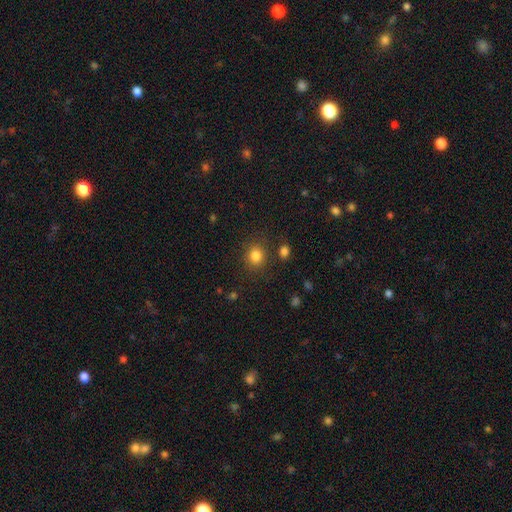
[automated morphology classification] Smooth or featured: smooth — 83% (star or artifact — 12%)
How rounded: round — 78% (in between — 21%)
Merging: none — 83% (minor disturbance — 9%)